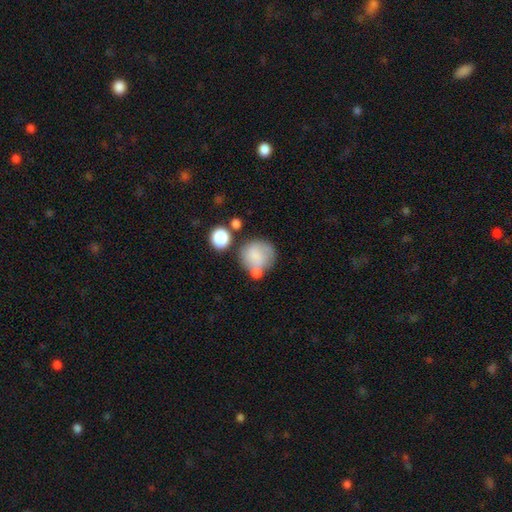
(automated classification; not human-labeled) Smooth or featured? smooth (72%)
How rounded? round (85%)
Merging? none (51%)